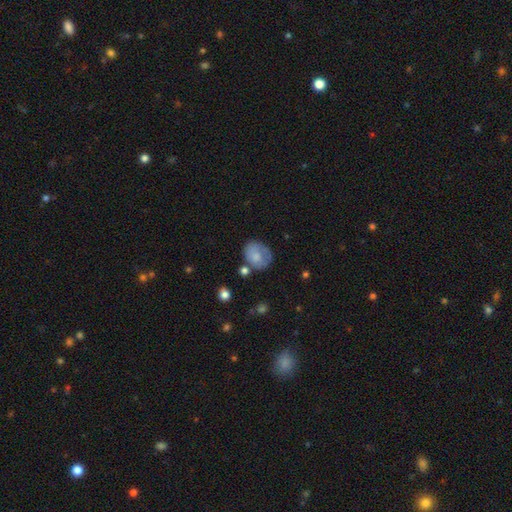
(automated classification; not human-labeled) Smooth or featured?
  - smooth: 67% *
  - featured or disk: 26%
  - star or artifact: 8%
How rounded?
  - round: 50% * (tied)
  - in between: 50% * (tied)
  - cigar-shaped: 1%
Merging?
  - none: 55% *
  - minor disturbance: 27%
  - major disturbance: 11%
  - merger: 8%